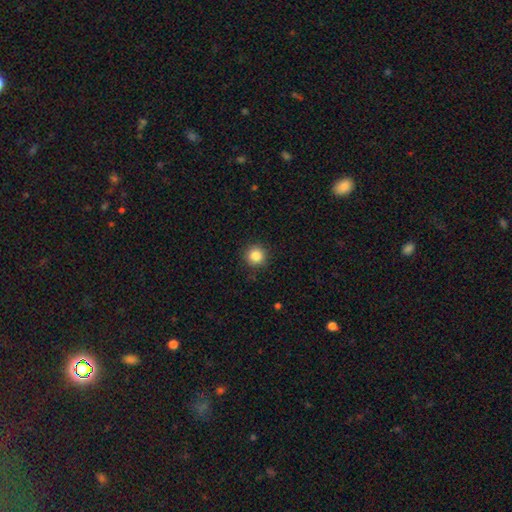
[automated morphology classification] A smooth galaxy with no disk features (85%) that is round (95%). Merging: none (91%).